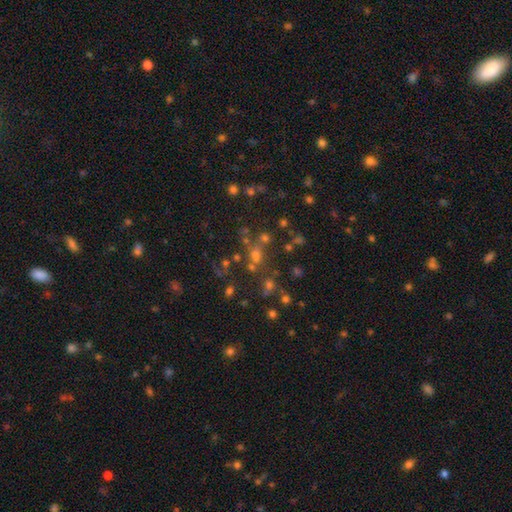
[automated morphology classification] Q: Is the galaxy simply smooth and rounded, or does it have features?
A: star or artifact — 49%.